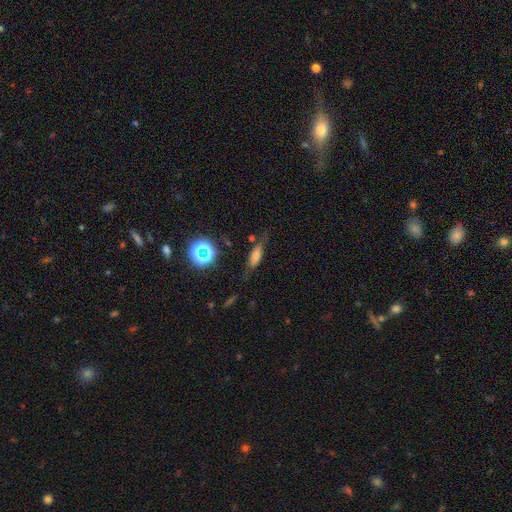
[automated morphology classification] Smooth or featured? Predicted: smooth (p=0.56). How rounded? Predicted: in between (p=0.52). Merging? Predicted: none (p=0.64).